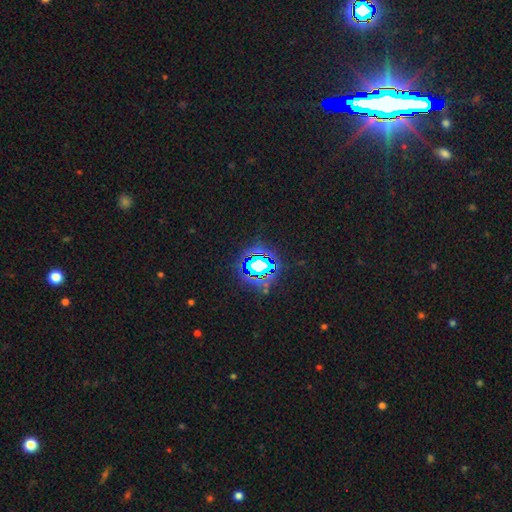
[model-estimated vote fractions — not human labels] A star or artifact, not a galaxy (77%).